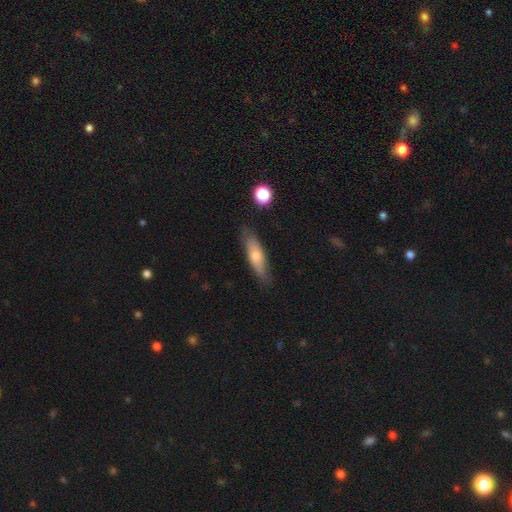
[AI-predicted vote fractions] smooth-or-featured: smooth: 63% | featured or disk: 31% | star or artifact: 6%
  how-rounded: cigar-shaped: 63% | in between: 35% | round: 2%
  merging: none: 77% | minor disturbance: 17% | major disturbance: 4% | merger: 2%